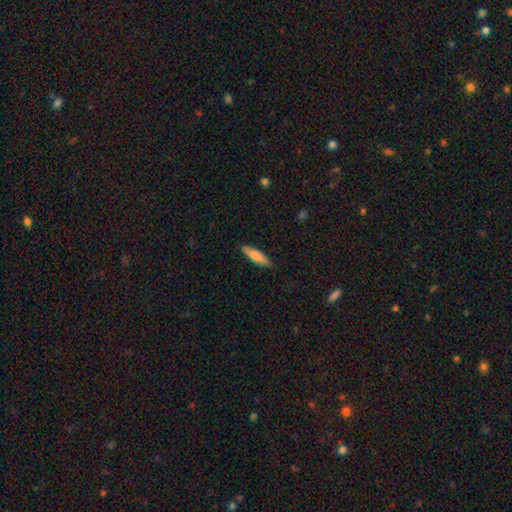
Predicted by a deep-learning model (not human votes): Smooth or featured: smooth — 80% (featured or disk — 15%)
How rounded: cigar-shaped — 71% (in between — 27%)
Merging: none — 86% (minor disturbance — 11%)